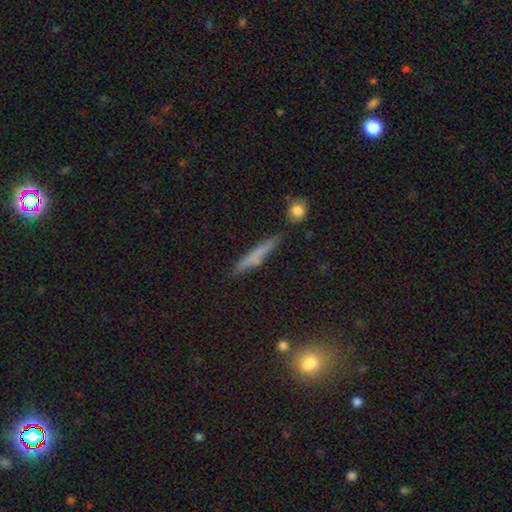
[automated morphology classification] A smooth galaxy with no disk features (63%) that is cigar-shaped (93%). Merging: none (82%).